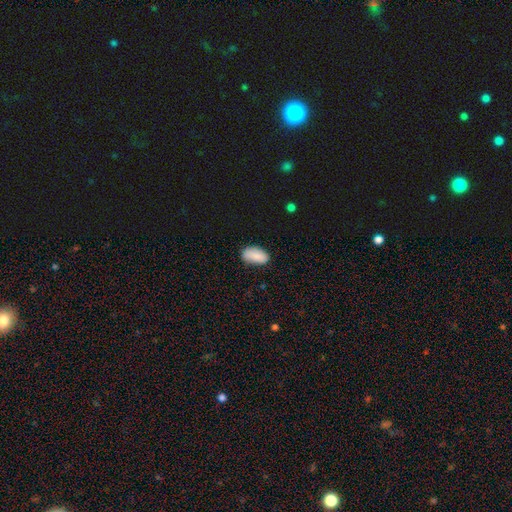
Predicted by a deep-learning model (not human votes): This is clearly a smooth galaxy (85%). How rounded: clearly in between (93%). Merging: likely none (73%).